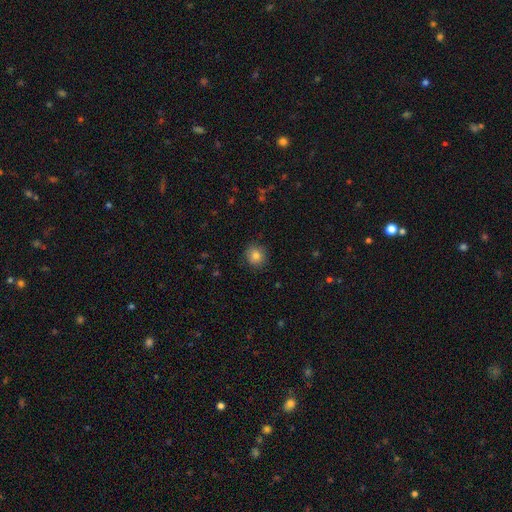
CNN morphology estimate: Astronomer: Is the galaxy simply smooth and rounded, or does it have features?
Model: smooth — 82%.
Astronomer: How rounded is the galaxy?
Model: round — 88%.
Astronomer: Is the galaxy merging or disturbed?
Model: none — 88%.